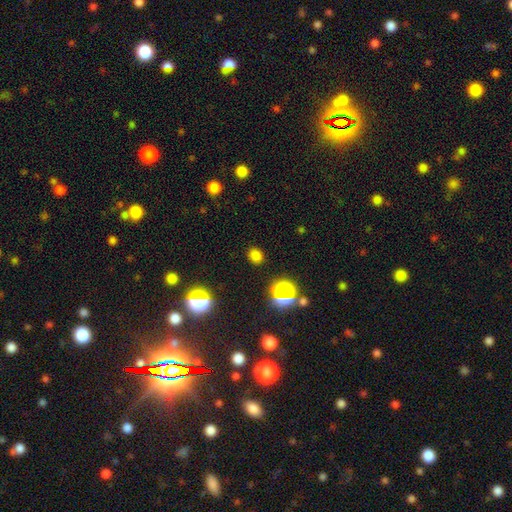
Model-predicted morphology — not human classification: Overall: smooth (71%). How rounded: round (56%; in between 43%). Merging: none (85%).